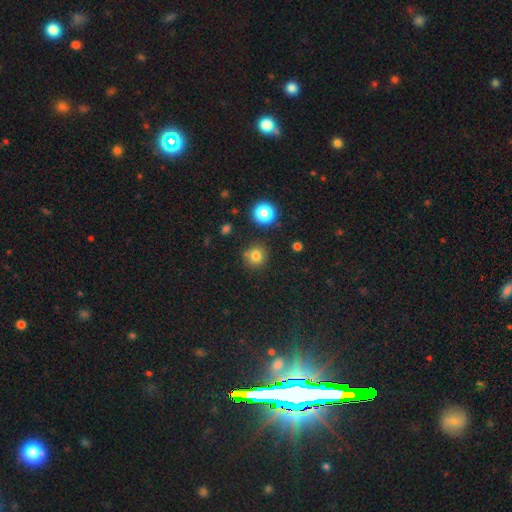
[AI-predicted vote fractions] Smooth or featured?
  - smooth: 78% *
  - star or artifact: 15%
  - featured or disk: 7%
How rounded?
  - round: 91% *
  - in between: 8%
  - cigar-shaped: 1%
Merging?
  - none: 79% *
  - minor disturbance: 10%
  - merger: 8%
  - major disturbance: 3%